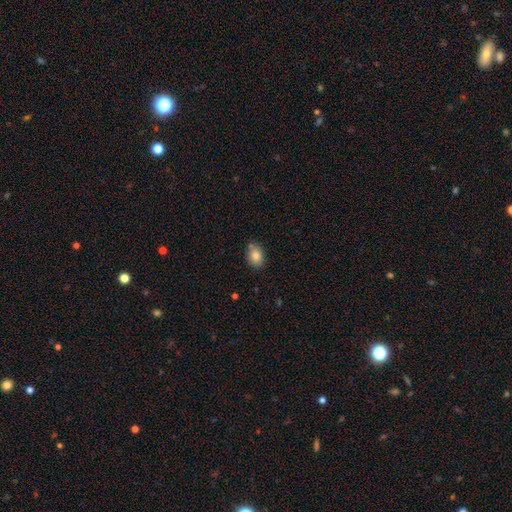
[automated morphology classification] Smooth or featured? smooth (84%)
How rounded? in between (75%)
Merging? none (76%)